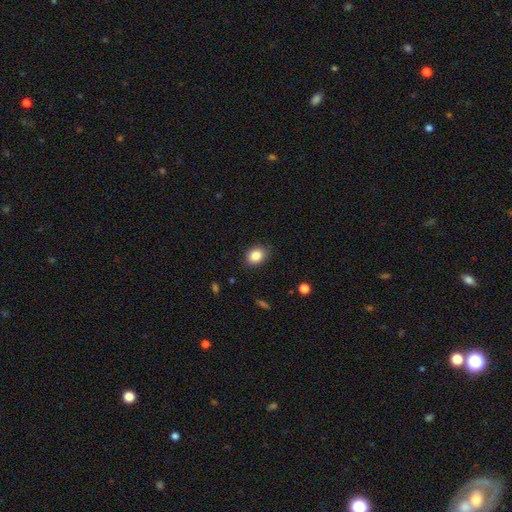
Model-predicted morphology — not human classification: Smooth or featured: smooth — 86% (star or artifact — 9%)
How rounded: in between — 52% (round — 47%)
Merging: none — 84% (minor disturbance — 12%)